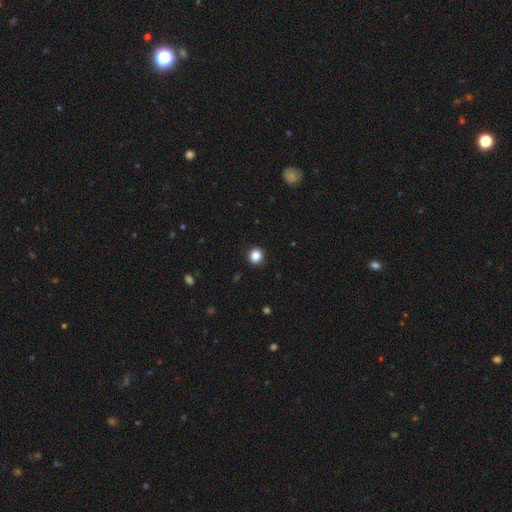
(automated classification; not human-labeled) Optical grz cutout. It shows a smooth galaxy with no disk features (86%) that is round (88%). Merging: none (92%).